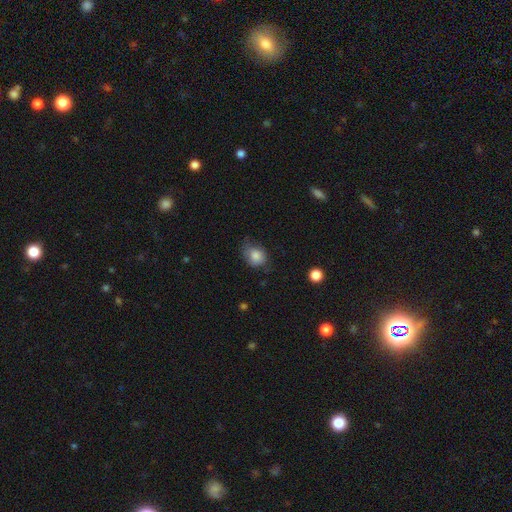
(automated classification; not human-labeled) Smooth or featured? smooth (83%)
How rounded? round (59%)
Merging? none (49%)